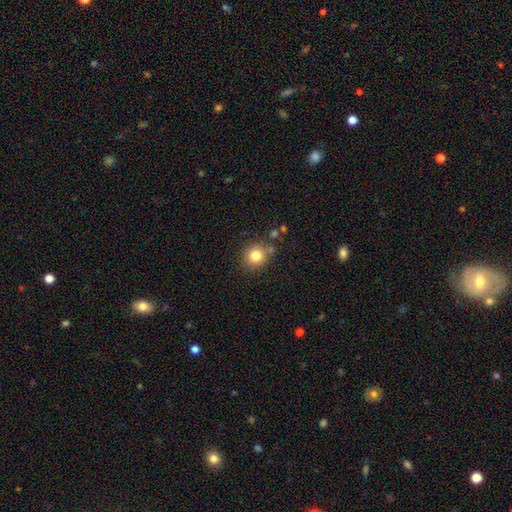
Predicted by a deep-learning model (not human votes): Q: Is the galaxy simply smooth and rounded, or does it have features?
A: smooth — 80%.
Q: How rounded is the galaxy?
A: round — 86%.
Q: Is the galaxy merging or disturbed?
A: none — 79%.